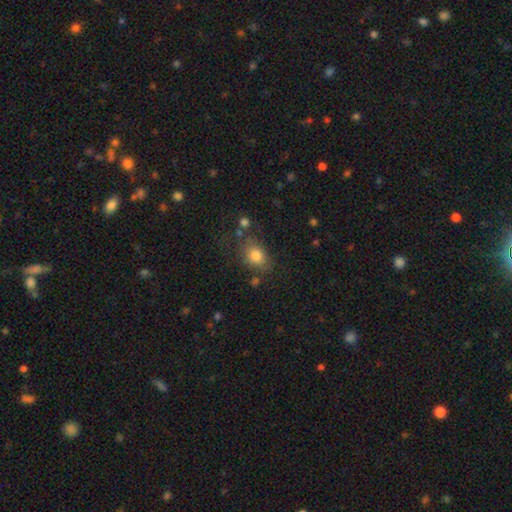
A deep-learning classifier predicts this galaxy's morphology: Smooth or featured: smooth — 81% (star or artifact — 10%)
How rounded: in between — 58% (round — 41%)
Merging: none — 67% (minor disturbance — 18%)